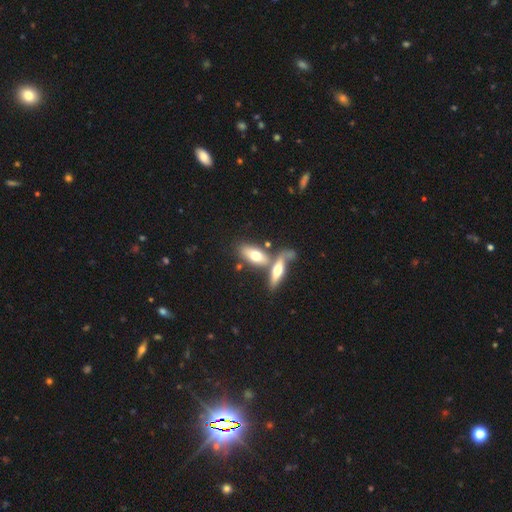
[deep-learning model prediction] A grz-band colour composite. It shows a smooth galaxy with no disk features (59%) that is in between round and cigar-shaped (73%). Merging: merger (43%, tied with none).